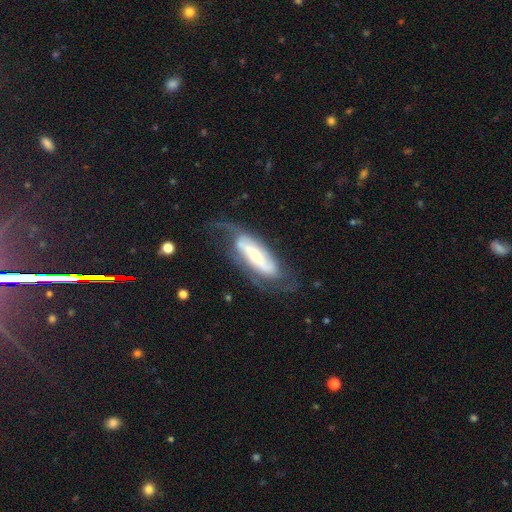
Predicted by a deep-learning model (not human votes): featured or disk 78%, smooth 17%, star or artifact 6%. Down the decision tree: edge-on disk — no (85%); bar — strong (37%); spiral arms — yes (87%); spiral arm count — 2 (67%); spiral winding — medium (38%); bulge size — small (50%); merging — none (55%).